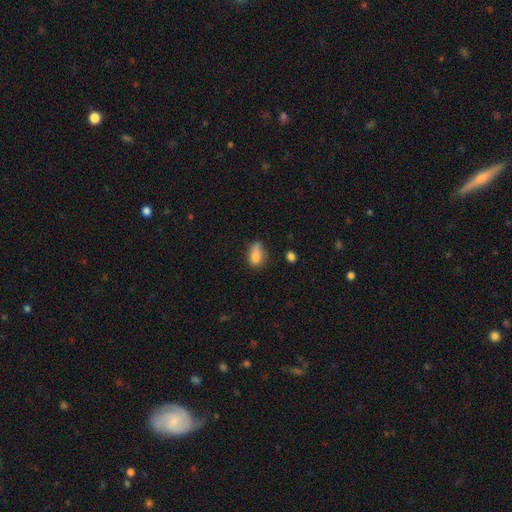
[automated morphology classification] Smooth or featured: smooth — 81% (star or artifact — 10%)
How rounded: in between — 81% (round — 15%)
Merging: minor disturbance — 40% (none — 39%)